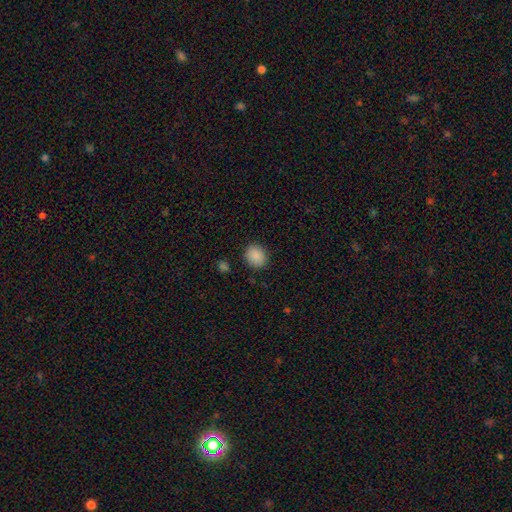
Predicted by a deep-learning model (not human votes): Morphology: type=smooth (88%); roundness=round (65%); merging=none (87%).